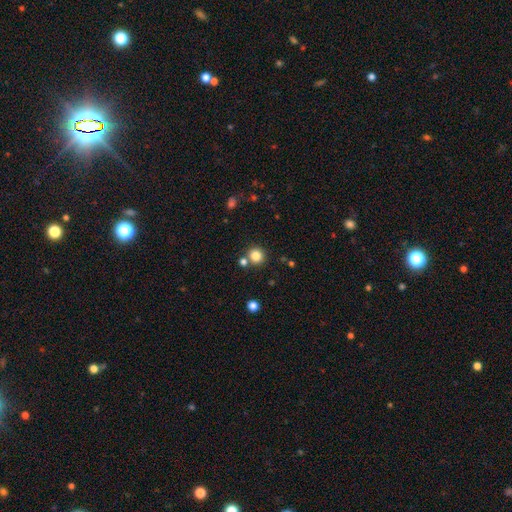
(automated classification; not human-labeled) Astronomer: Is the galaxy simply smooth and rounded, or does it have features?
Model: smooth — 82%.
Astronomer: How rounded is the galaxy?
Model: round — 92%.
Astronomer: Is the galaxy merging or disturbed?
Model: none — 76%.